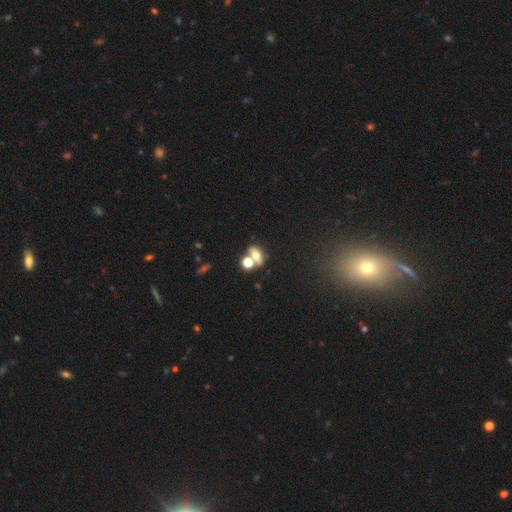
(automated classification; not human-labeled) Smooth or featured: smooth — 60% (featured or disk — 25%)
How rounded: in between — 69% (round — 24%)
Merging: merger — 43% (none — 41%)